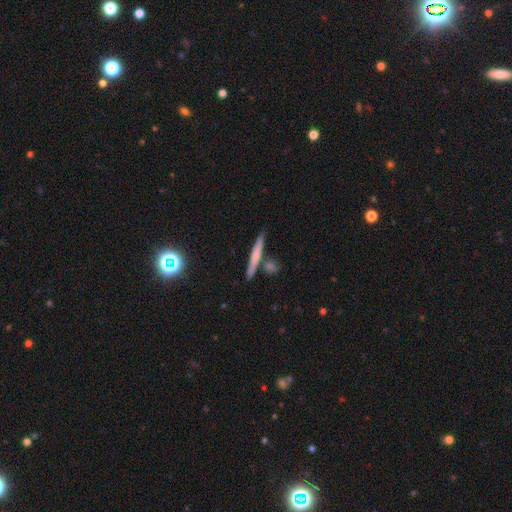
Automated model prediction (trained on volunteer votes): smooth_or_featured: smooth (p=0.51) [alt: featured or disk p=0.41]
how_rounded: cigar-shaped (p=0.93) [alt: in between p=0.04]
merging: none (p=0.79) [alt: merger p=0.10]